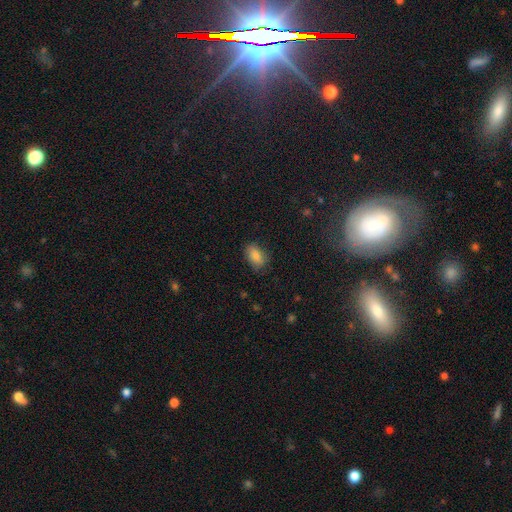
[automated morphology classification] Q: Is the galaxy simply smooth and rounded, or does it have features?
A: smooth — 85%.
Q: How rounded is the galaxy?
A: in between — 89%.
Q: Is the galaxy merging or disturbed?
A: none — 78%.